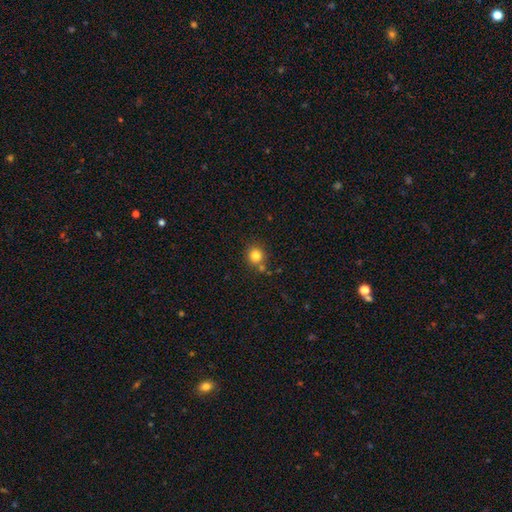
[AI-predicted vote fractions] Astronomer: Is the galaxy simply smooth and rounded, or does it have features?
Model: smooth — 82%.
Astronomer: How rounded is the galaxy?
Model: round — 90%.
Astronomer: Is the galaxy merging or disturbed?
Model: none — 76%.